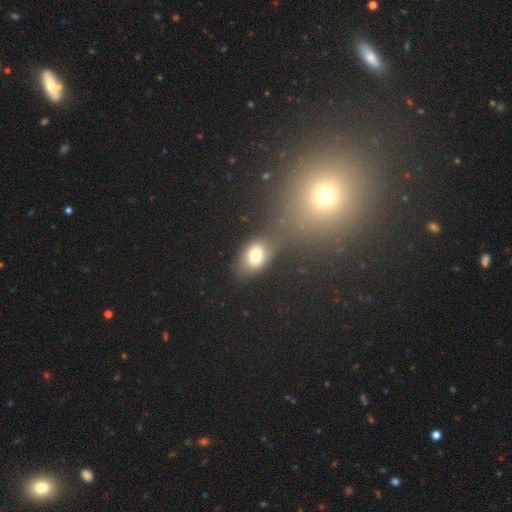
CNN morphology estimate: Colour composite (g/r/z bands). It shows a smooth galaxy with no disk features (75%) that is in between round and cigar-shaped (79%). Merging: none (62%).